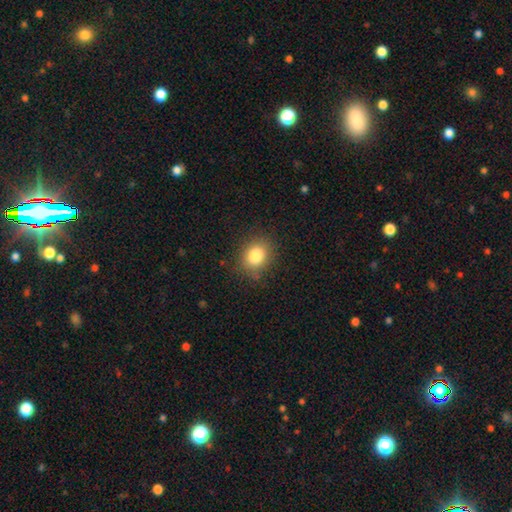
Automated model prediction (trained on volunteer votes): Smooth or featured: smooth — 83% (star or artifact — 10%)
How rounded: round — 54% (in between — 45%)
Merging: none — 82% (minor disturbance — 13%)